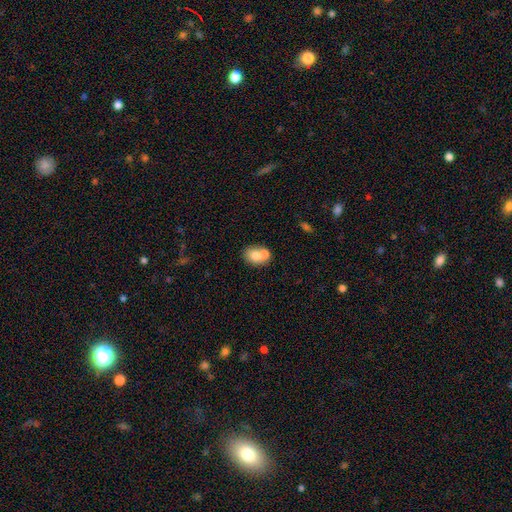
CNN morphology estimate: A smooth galaxy with no disk features (74%) that is in between round and cigar-shaped (56%). Merging: merger (47%).